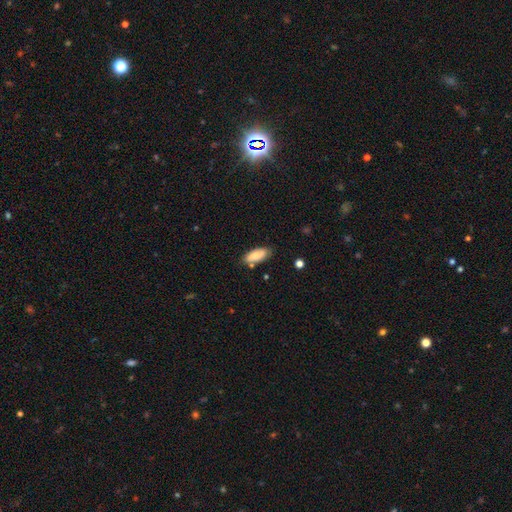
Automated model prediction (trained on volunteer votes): Morphology: type=smooth (82%); roundness=in between (84%); merging=none (75%).